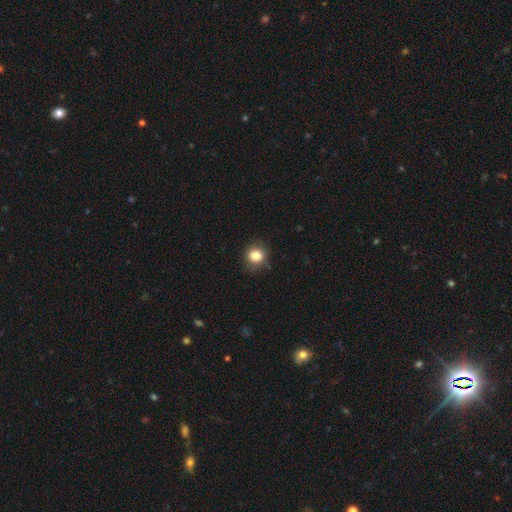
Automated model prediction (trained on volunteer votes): A smooth galaxy with no disk features (83%) that is round (83%). Merging: none (82%).